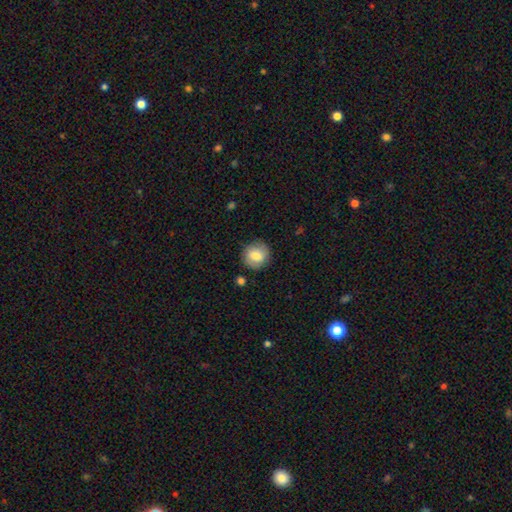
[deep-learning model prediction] Smooth or featured? Predicted: smooth (p=0.78). How rounded? Predicted: round (p=0.88). Merging? Predicted: none (p=0.85).